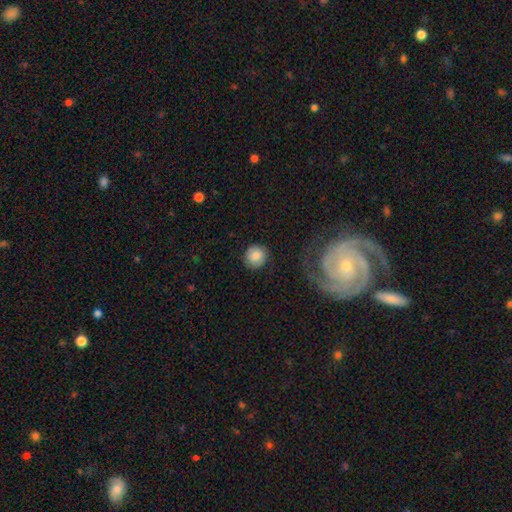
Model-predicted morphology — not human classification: smooth_or_featured: smooth (p=0.80) [alt: featured or disk p=0.12]
how_rounded: round (p=0.89) [alt: in between p=0.10]
merging: none (p=0.84) [alt: minor disturbance p=0.10]